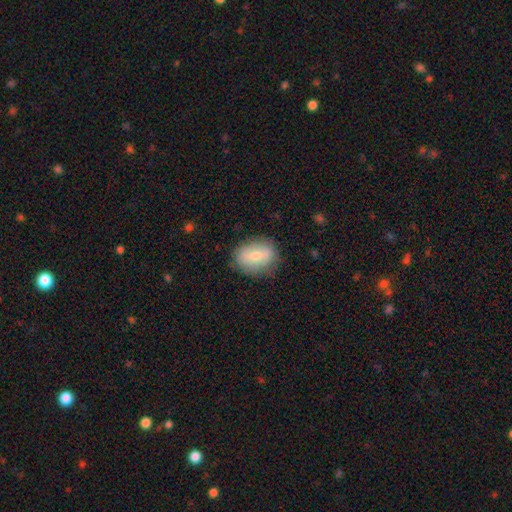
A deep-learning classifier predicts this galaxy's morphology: The model was most divided on "how rounded": in between: 66%, round: 33%, cigar-shaped: 1%. More confident: merging — none (79%); smooth or featured — smooth (64%).